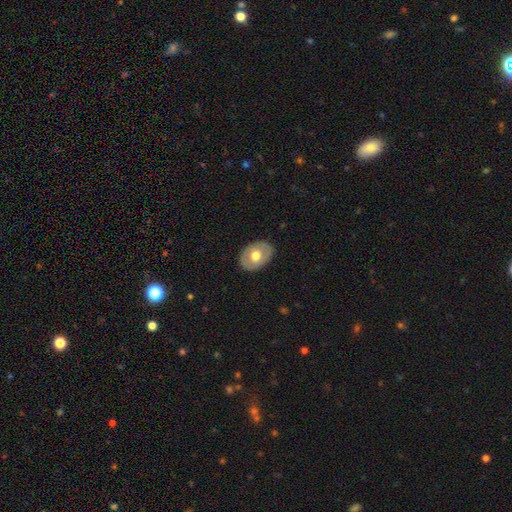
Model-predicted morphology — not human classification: type=smooth (58%); roundness=in between (75%); merging=none (86%).